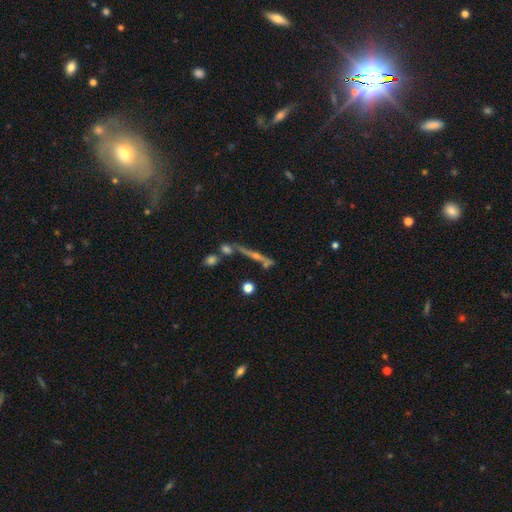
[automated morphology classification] featured or disk 63%, smooth 20%, star or artifact 17%. Down the decision tree: edge-on disk — yes (86%); edge-on bulge — rounded (66%); merging — none (58%).